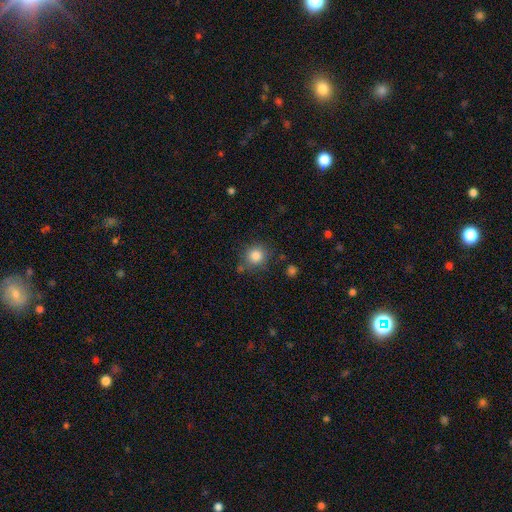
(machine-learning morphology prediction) A smooth galaxy with no disk features (84%) that is round (85%). Merging: none (76%).